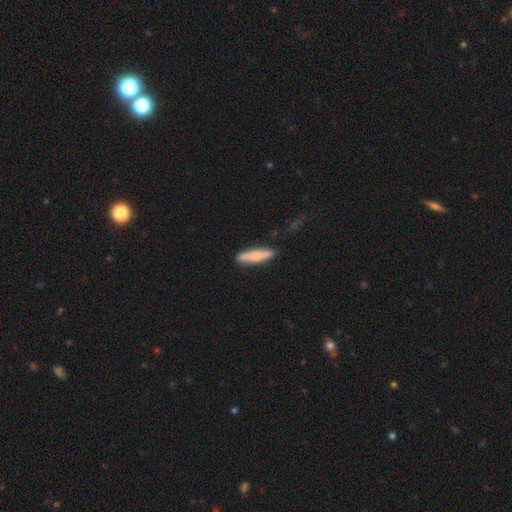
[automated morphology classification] Smooth or featured? Predicted: smooth (p=0.65). How rounded? Predicted: cigar-shaped (p=0.83). Merging? Predicted: none (p=0.84).